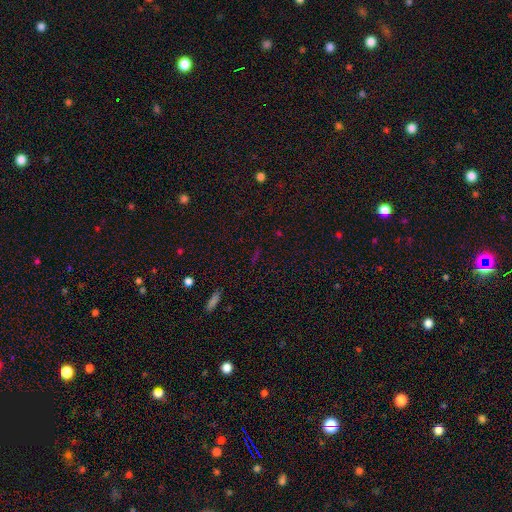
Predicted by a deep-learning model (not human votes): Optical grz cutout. It shows a star or artifact, not a galaxy (65%).